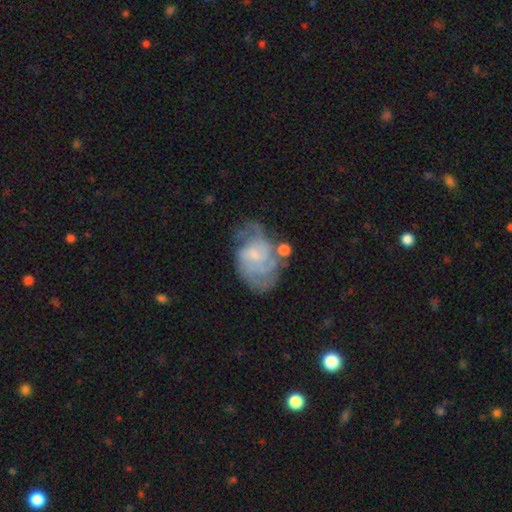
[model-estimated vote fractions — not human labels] featured or disk 77%, smooth 16%, star or artifact 7%. Down the decision tree: edge-on disk — no (98%); bar — no (60%); spiral arms — yes (89%); spiral arm count — can't tell (39%); spiral winding — tight (48%); bulge size — small (62%); merging — none (51%).